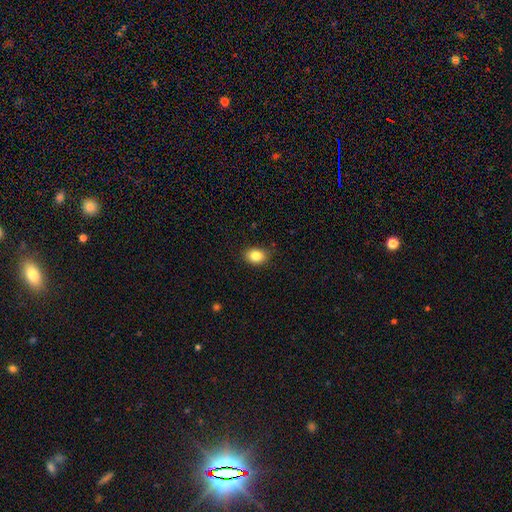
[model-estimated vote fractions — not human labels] smooth_or_featured: smooth (p=0.85) [alt: star or artifact p=0.09]
how_rounded: in between (p=0.63) [alt: round p=0.36]
merging: none (p=0.85) [alt: minor disturbance p=0.11]